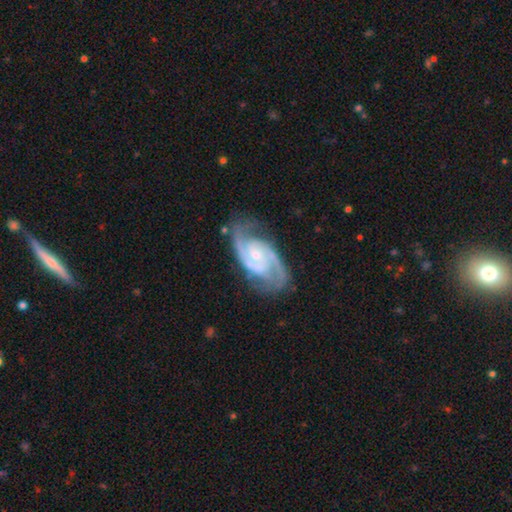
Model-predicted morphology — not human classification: smooth_or_featured: featured or disk (p=0.92) [alt: star or artifact p=0.04]
disk_edge_on: no (p=0.97) [alt: yes p=0.03]
bar: no (p=0.53) [alt: weak p=0.38]
has_spiral_arms: yes (p=0.98) [alt: no p=0.02]
spiral_winding: medium (p=0.52) [alt: tight p=0.41]
spiral_arm_count: 2 (p=0.82) [alt: 3 p=0.09]
bulge_size: small (p=0.64) [alt: moderate p=0.29]
merging: none (p=0.75) [alt: minor disturbance p=0.18]